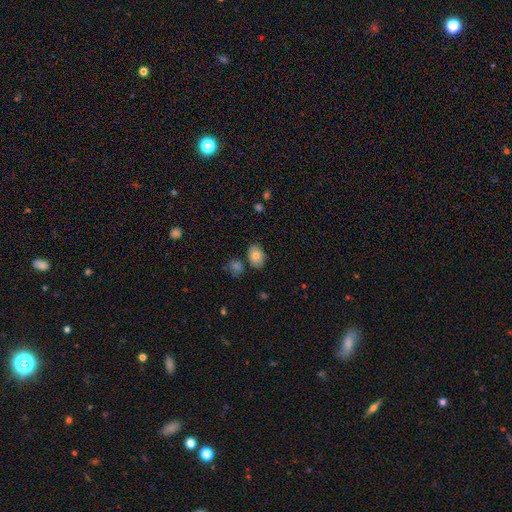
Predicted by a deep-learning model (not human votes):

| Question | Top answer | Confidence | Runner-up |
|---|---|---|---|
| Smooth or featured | smooth | 79% | featured or disk (12%) |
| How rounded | in between | 73% | round (26%) |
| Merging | none | 77% | minor disturbance (14%) |